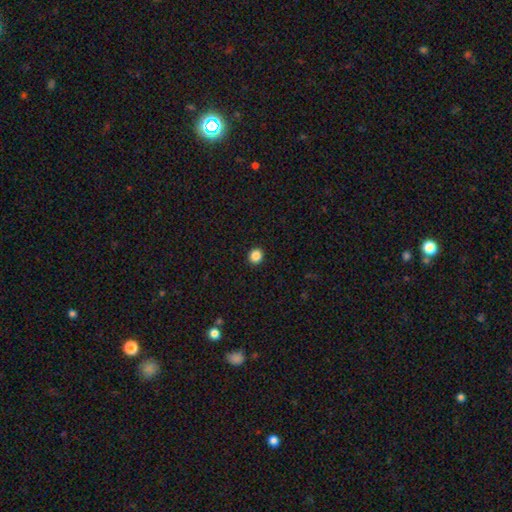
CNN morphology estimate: Q: Smooth or featured?
A: smooth (86%); runner-up: star or artifact (11%)
Q: How rounded?
A: round (86%); runner-up: in between (14%)
Q: Merging?
A: none (93%); runner-up: minor disturbance (4%)